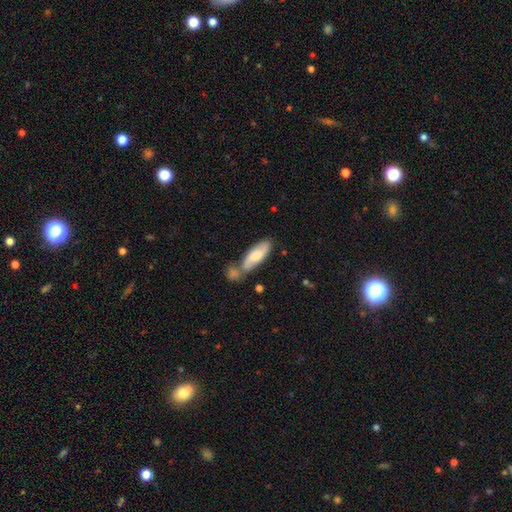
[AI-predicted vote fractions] Smooth or featured? Predicted: smooth (p=0.63). How rounded? Predicted: in between (p=0.60). Merging? Predicted: none (p=0.45).